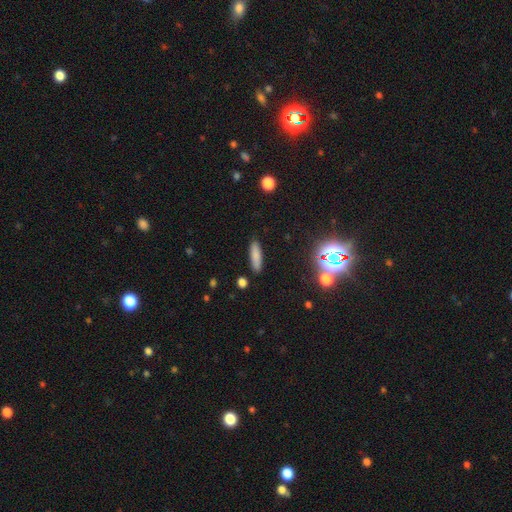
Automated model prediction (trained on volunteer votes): Q: Smooth or featured?
A: smooth (81%); runner-up: star or artifact (10%)
Q: How rounded?
A: cigar-shaped (66%); runner-up: in between (32%)
Q: Merging?
A: none (88%); runner-up: minor disturbance (8%)